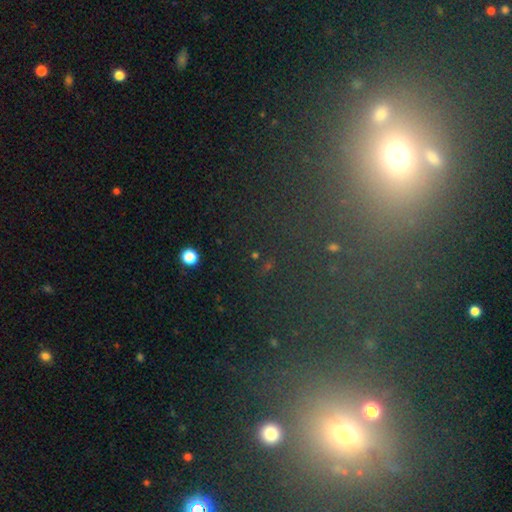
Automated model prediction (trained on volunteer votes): smooth-or-featured: star or artifact: 58% | smooth: 29% | featured or disk: 12%